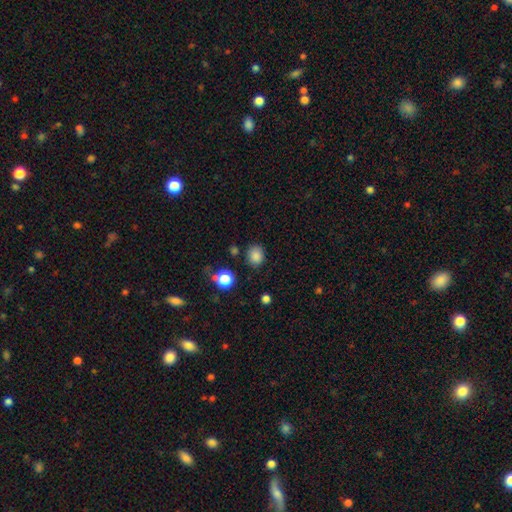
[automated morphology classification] smooth-or-featured: smooth: 83% | star or artifact: 13% | featured or disk: 4%
  how-rounded: round: 68% | in between: 31% | cigar-shaped: 1%
  merging: none: 80% | minor disturbance: 12% | major disturbance: 4% | merger: 4%